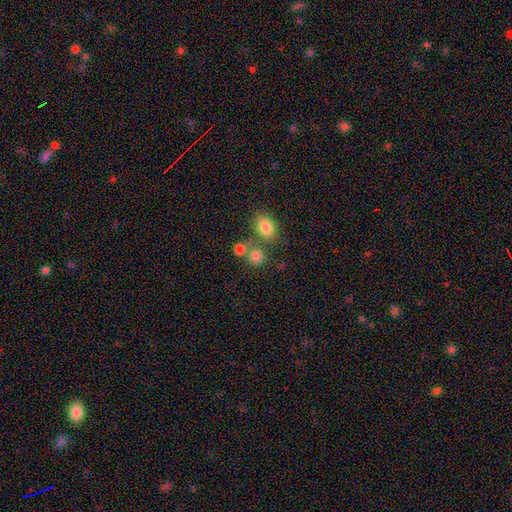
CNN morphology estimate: Smooth or featured?
  - smooth: 79% *
  - star or artifact: 13%
  - featured or disk: 8%
How rounded?
  - round: 78% *
  - in between: 21%
  - cigar-shaped: 1%
Merging?
  - none: 59% *
  - merger: 28%
  - minor disturbance: 9%
  - major disturbance: 4%